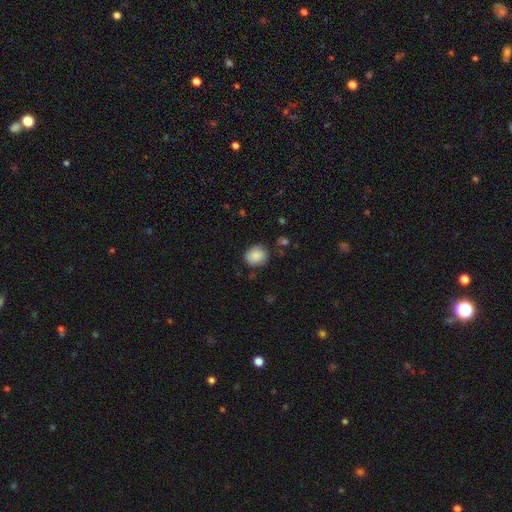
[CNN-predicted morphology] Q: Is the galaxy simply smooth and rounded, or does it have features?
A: smooth — 88%.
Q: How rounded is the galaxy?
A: round — 77%.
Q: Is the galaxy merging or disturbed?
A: none — 82%.